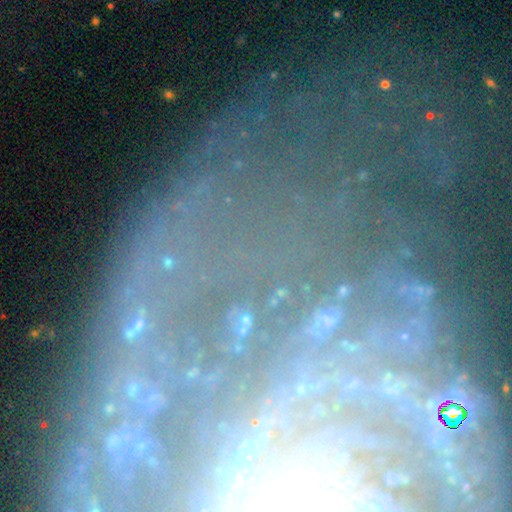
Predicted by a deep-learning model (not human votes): smooth-or-featured: featured or disk: 44% | star or artifact: 39% | smooth: 17%
  merging: none: 59% | minor disturbance: 18% | major disturbance: 16% | merger: 8%